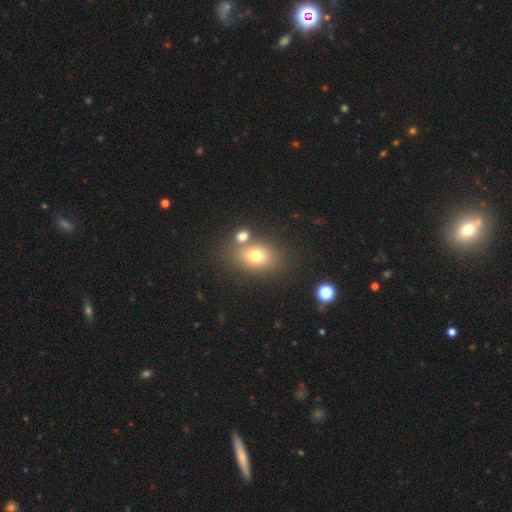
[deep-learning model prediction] The model was most divided on "how rounded": in between: 66%, round: 32%, cigar-shaped: 1%. More confident: smooth or featured — smooth (73%); merging — none (62%).